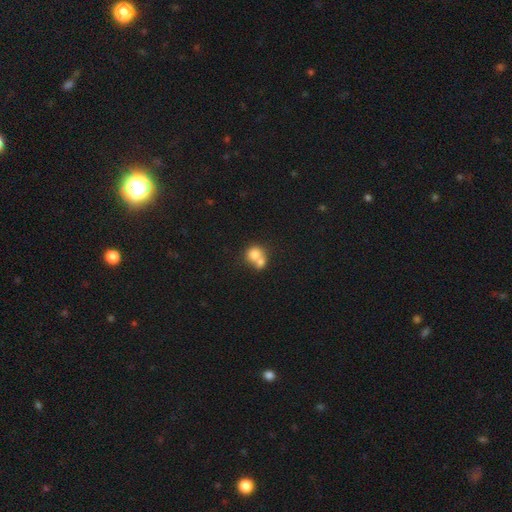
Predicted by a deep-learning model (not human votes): smooth_or_featured: smooth (p=0.75) [alt: featured or disk p=0.16]
how_rounded: round (p=0.74) [alt: in between p=0.25]
merging: merger (p=0.66) [alt: none p=0.25]